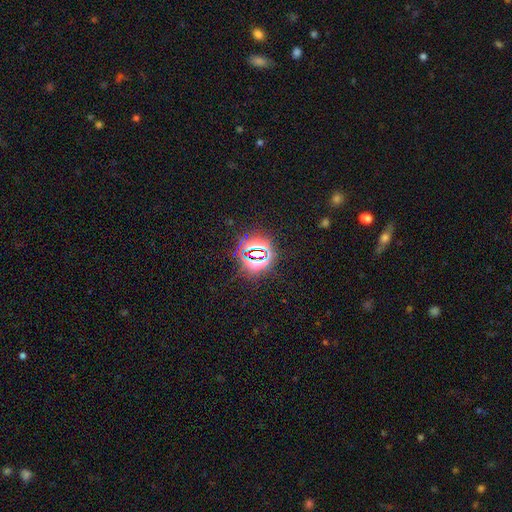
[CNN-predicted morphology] star or artifact 80%, smooth 12%, featured or disk 8%.